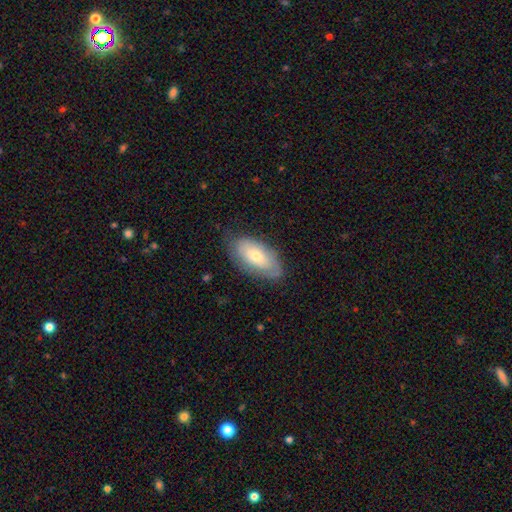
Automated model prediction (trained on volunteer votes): Smooth or featured? smooth (60%)
How rounded? in between (92%)
Merging? none (73%)